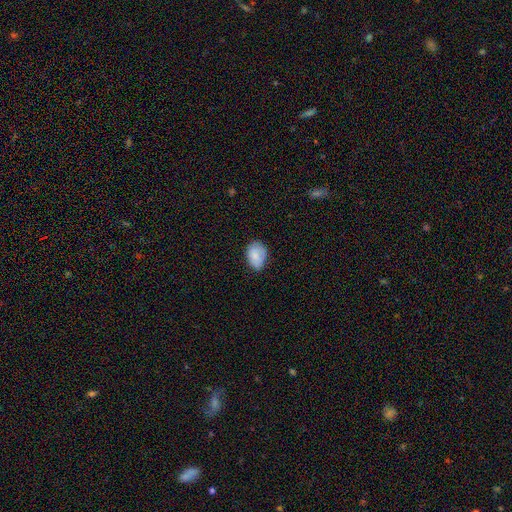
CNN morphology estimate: A smooth galaxy with no disk features (81%) that is in between round and cigar-shaped (82%). Merging: none (59%).